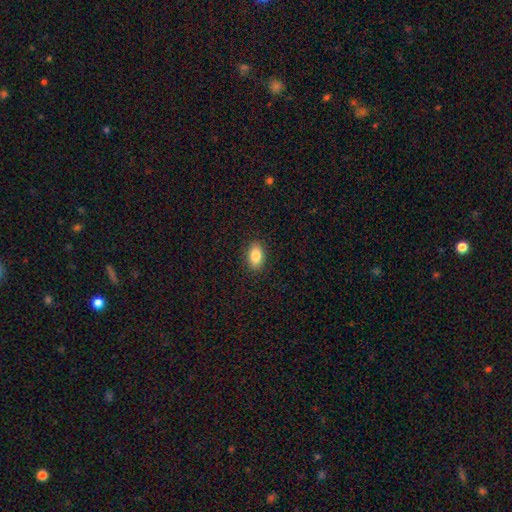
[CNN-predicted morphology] A smooth galaxy with no disk features (85%) that is in between round and cigar-shaped (90%). Merging: none (89%).